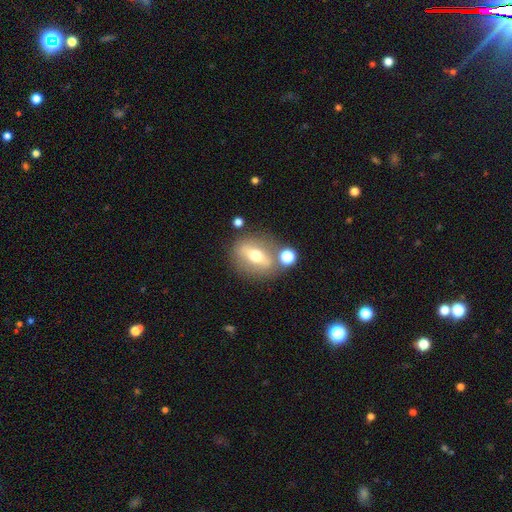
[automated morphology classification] Q: Smooth or featured?
A: featured or disk (49%); runner-up: smooth (42%)
Q: Merging?
A: none (73%); runner-up: minor disturbance (12%)